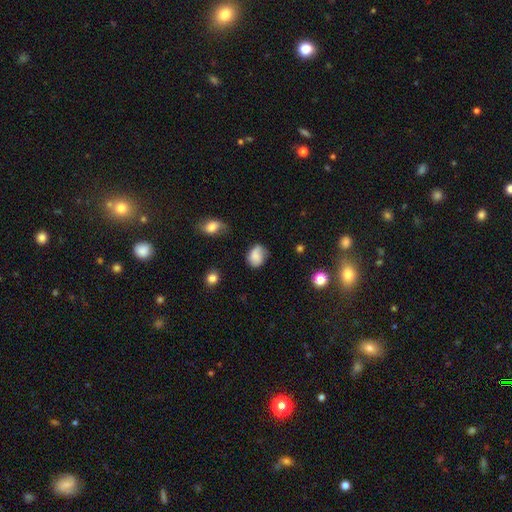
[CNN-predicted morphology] smooth 74%, featured or disk 16%, star or artifact 9%. Down the decision tree: how rounded — in between (54%); merging — none (58%).